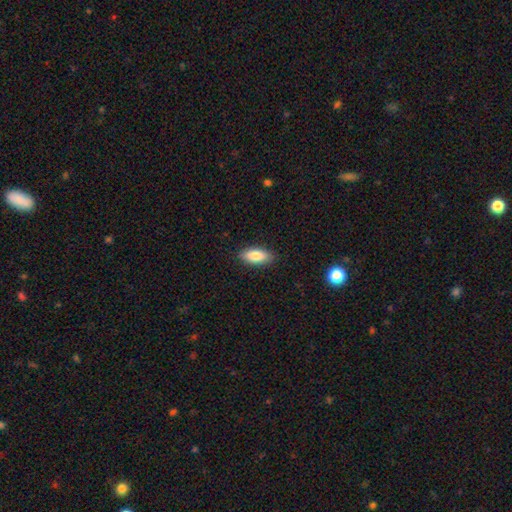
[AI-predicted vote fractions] Smooth or featured? Predicted: smooth (p=0.84). How rounded? Predicted: in between (p=0.83). Merging? Predicted: none (p=0.88).